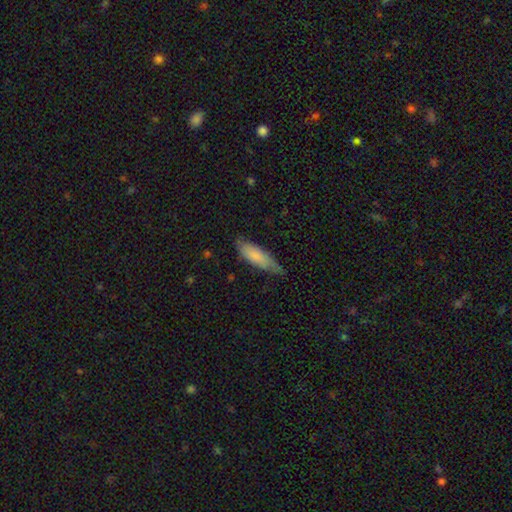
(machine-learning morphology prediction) Smooth or featured?
  - smooth: 73% *
  - featured or disk: 22%
  - star or artifact: 6%
How rounded?
  - in between: 55% *
  - cigar-shaped: 43%
  - round: 2%
Merging?
  - none: 61% *
  - minor disturbance: 31%
  - major disturbance: 6%
  - merger: 1%